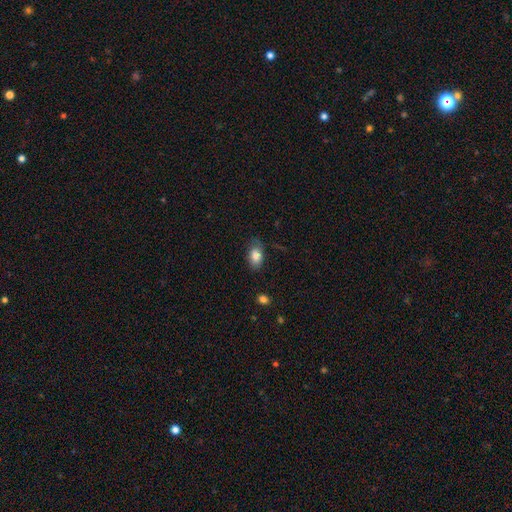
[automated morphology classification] Overall: smooth (82%). How rounded: in between (89%). Merging: none (67%).